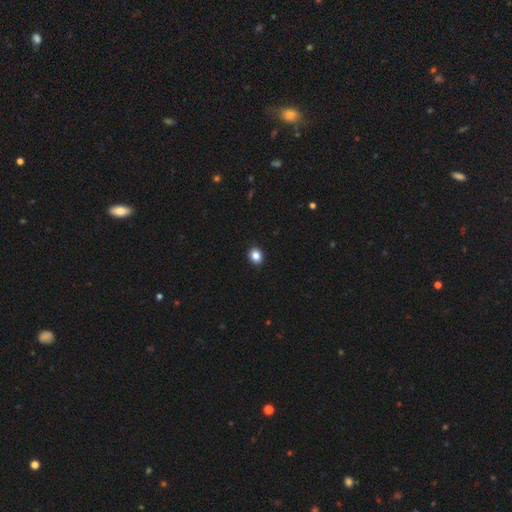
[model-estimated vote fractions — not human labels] This is clearly a smooth galaxy (85%). How rounded: likely round (61%). Merging: clearly none (92%).